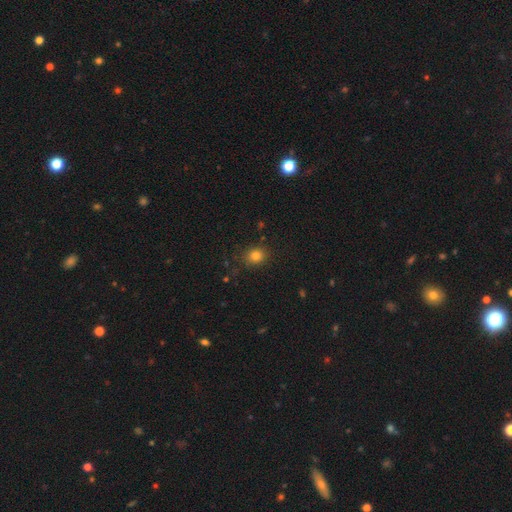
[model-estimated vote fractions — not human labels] Morphology: type=smooth (80%); roundness=round (69%); merging=none (85%).